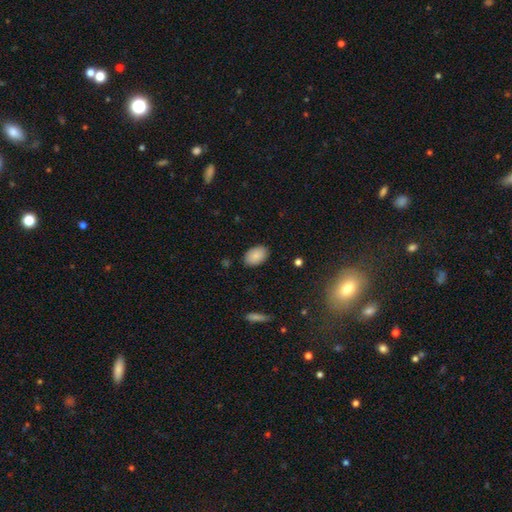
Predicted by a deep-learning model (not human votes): Q: Smooth or featured?
A: smooth (88%); runner-up: star or artifact (7%)
Q: How rounded?
A: in between (90%); runner-up: round (9%)
Q: Merging?
A: none (87%); runner-up: minor disturbance (10%)